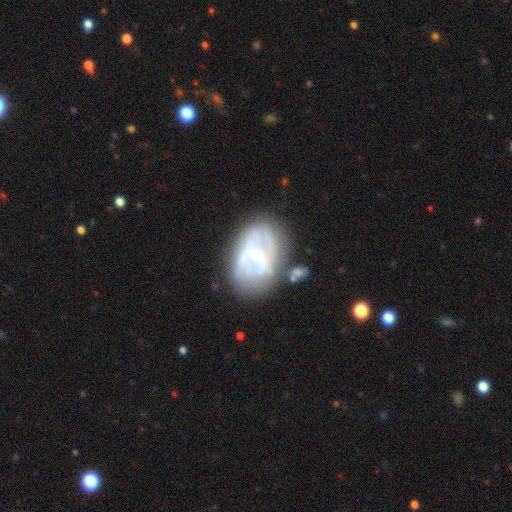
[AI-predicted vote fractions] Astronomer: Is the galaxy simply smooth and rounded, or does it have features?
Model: featured or disk — 69%.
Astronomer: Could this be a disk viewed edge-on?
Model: no — 96%.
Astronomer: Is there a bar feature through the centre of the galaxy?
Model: weak — 42% (runner-up: no, 41%).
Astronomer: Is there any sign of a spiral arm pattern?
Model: yes — 56% (runner-up: no, 44%).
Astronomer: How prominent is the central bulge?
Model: small — 63%.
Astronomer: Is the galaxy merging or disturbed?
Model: none — 55%.